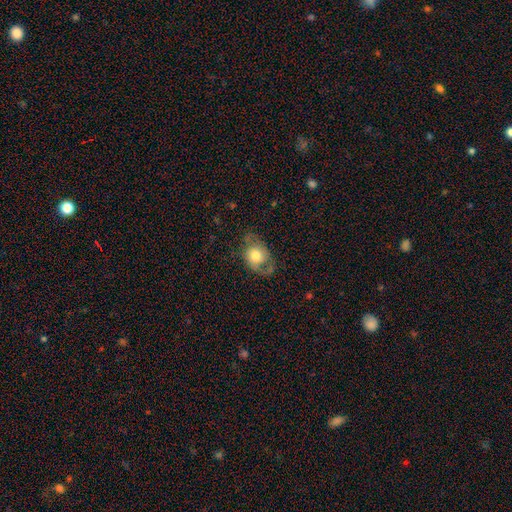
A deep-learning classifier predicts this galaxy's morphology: The model was most divided on "smooth or featured": smooth: 55%, featured or disk: 38%, star or artifact: 7%. More confident: how rounded — in between (63%); merging — none (54%).